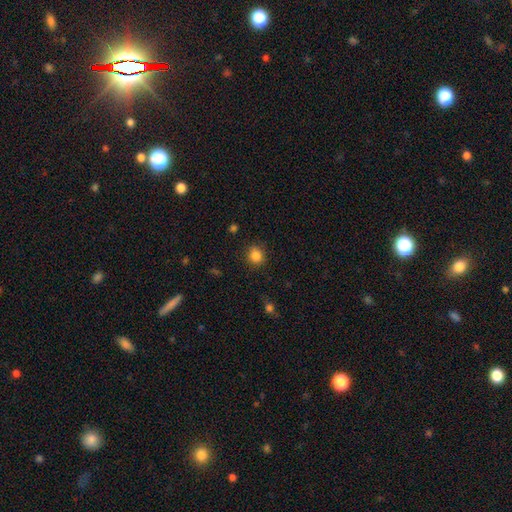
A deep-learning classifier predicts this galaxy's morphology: A smooth galaxy with no disk features (85%) that is round (80%).

Vote fractions:
- Smooth or featured? smooth: 85% / star or artifact: 11% / featured or disk: 4%
- How rounded? round: 80% / in between: 19% / cigar-shaped: 1%
- Merging? none: 87% / minor disturbance: 9% / major disturbance: 3% / merger: 1%